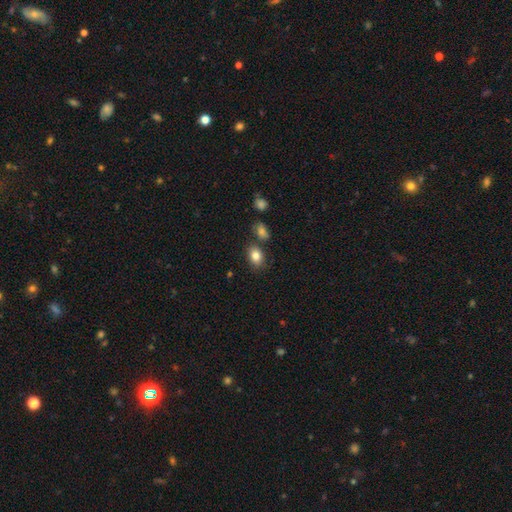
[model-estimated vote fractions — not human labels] Smooth or featured? smooth (83%)
How rounded? in between (72%)
Merging? none (76%)